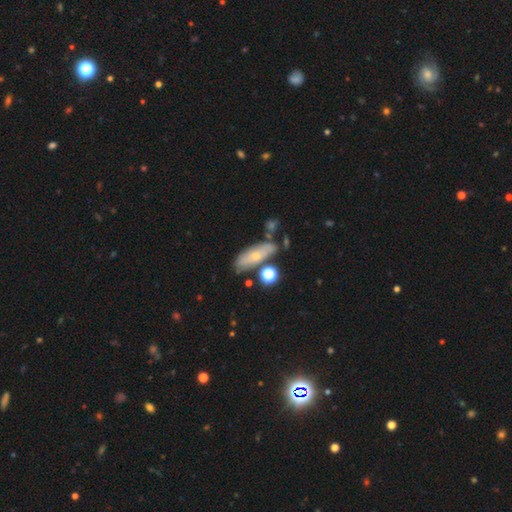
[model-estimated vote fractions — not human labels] Morphology: type=smooth (56%); roundness=in between (59%); merging=none (64%).